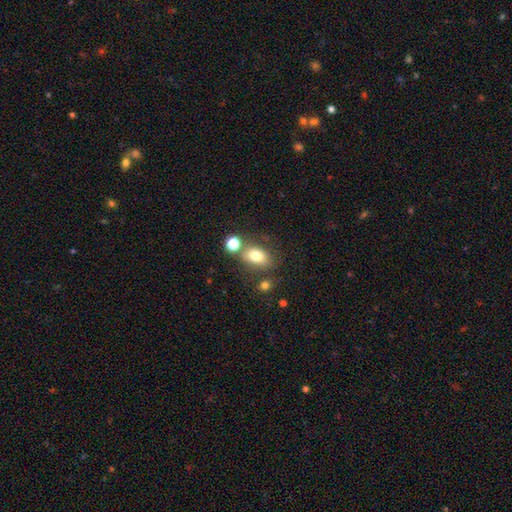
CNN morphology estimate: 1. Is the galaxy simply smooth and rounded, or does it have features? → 76% smooth, 12% featured or disk, 11% star or artifact.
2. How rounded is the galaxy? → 77% in between, 21% round, 2% cigar-shaped.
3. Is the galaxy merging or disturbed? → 63% none, 16% merger, 15% minor disturbance, 6% major disturbance.